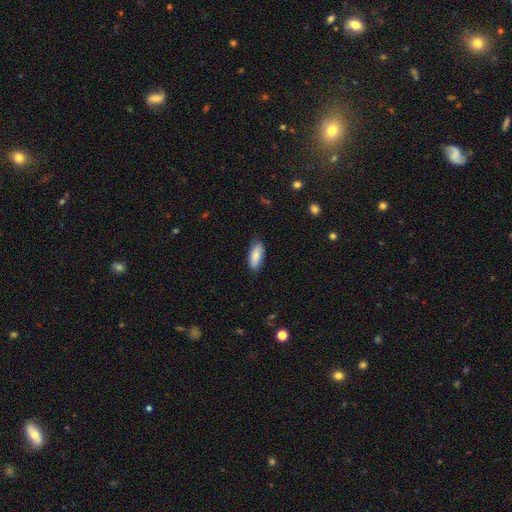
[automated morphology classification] Q: Smooth or featured?
A: smooth (85%); runner-up: featured or disk (9%)
Q: How rounded?
A: in between (73%); runner-up: cigar-shaped (25%)
Q: Merging?
A: none (83%); runner-up: minor disturbance (13%)